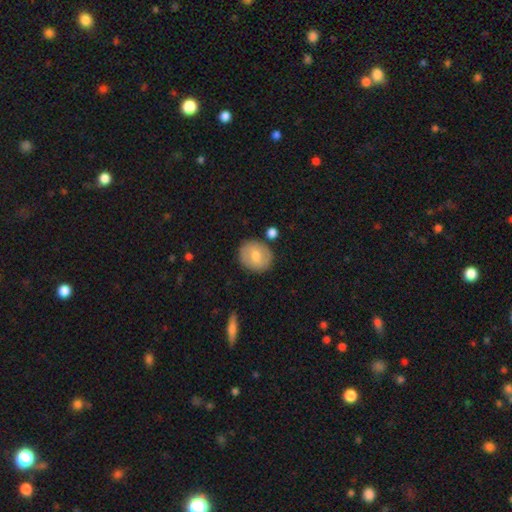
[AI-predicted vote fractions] This appears to be a smooth galaxy with no disk features (66%) that is round (68%). Merging: none (84%).